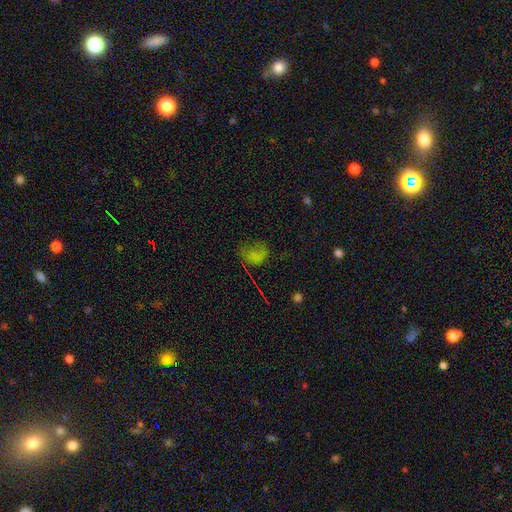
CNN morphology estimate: This is possibly a smooth galaxy (57%). How rounded: possibly in between (60%). Merging: marginally none (40%).